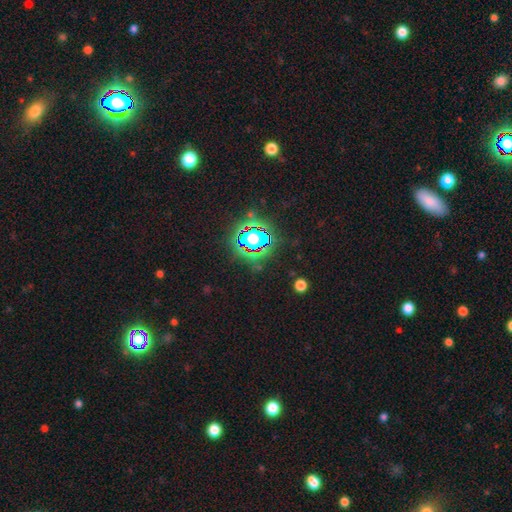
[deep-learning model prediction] Smooth or featured? Predicted: star or artifact (p=0.82).